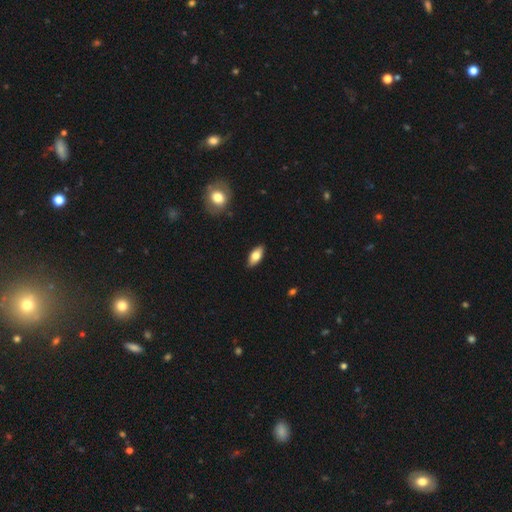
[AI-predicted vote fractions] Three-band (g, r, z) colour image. It shows a smooth galaxy with no disk features (73%) that is in between round and cigar-shaped (87%). Merging: none (88%).